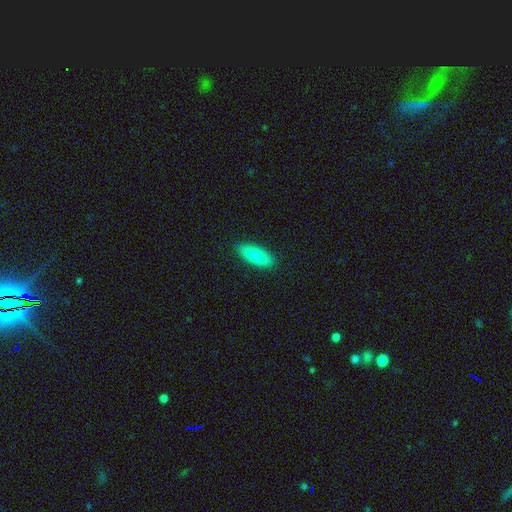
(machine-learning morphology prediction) Overall: smooth (83%). How rounded: in between (74%). Merging: none (88%).